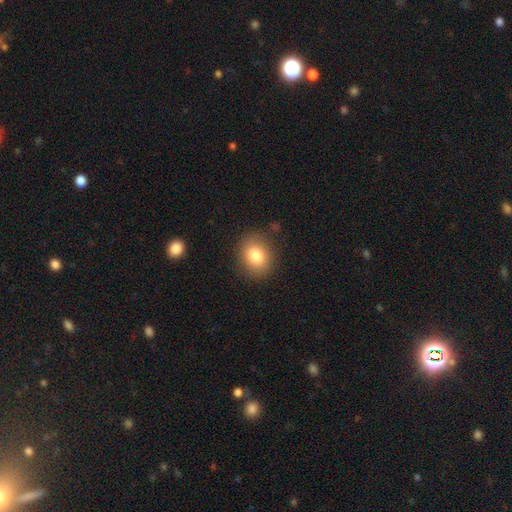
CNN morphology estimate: Smooth or featured?
  - smooth: 81% *
  - star or artifact: 10%
  - featured or disk: 9%
How rounded?
  - round: 61% *
  - in between: 38%
  - cigar-shaped: 1%
Merging?
  - none: 86% *
  - minor disturbance: 9%
  - major disturbance: 3%
  - merger: 2%